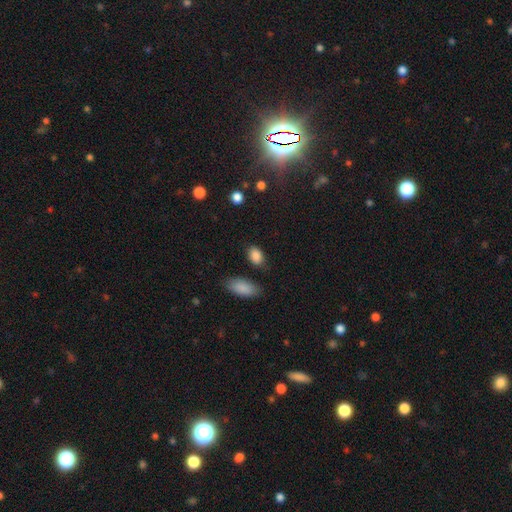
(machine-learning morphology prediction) A smooth galaxy with no disk features (88%) that is in between round and cigar-shaped (87%).

Vote fractions:
- Smooth or featured? smooth: 88% / star or artifact: 8% / featured or disk: 4%
- How rounded? in between: 87% / round: 11% / cigar-shaped: 2%
- Merging? none: 80% / minor disturbance: 13% / merger: 4% / major disturbance: 3%